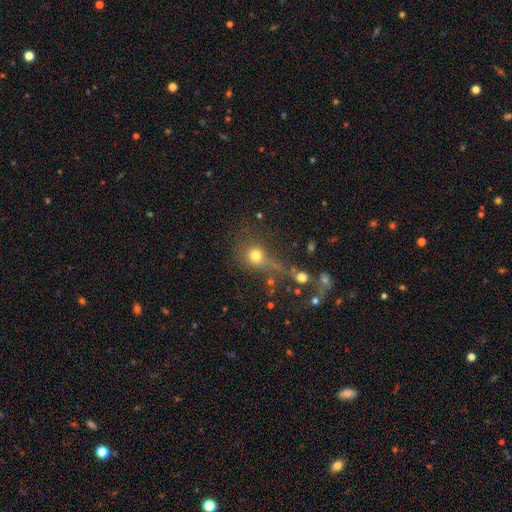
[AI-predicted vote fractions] Q: Smooth or featured?
A: smooth (69%); runner-up: star or artifact (18%)
Q: How rounded?
A: round (82%); runner-up: in between (16%)
Q: Merging?
A: none (40%); runner-up: merger (27%)